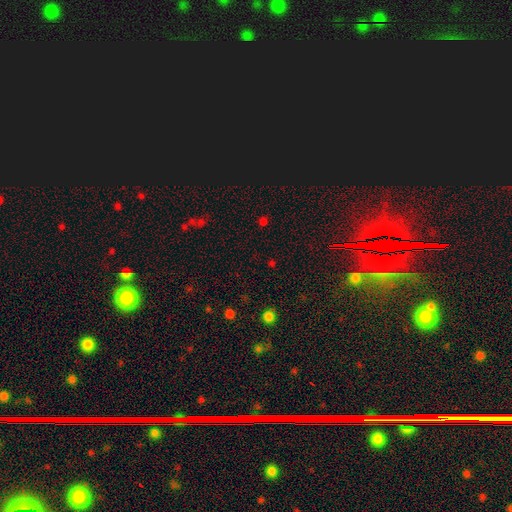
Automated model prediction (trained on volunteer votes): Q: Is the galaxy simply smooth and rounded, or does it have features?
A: star or artifact — 56%.